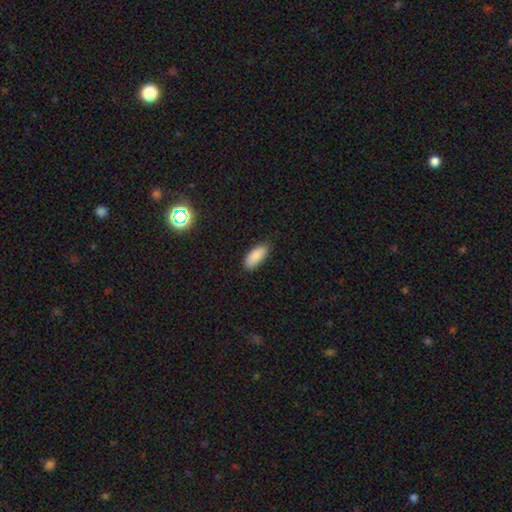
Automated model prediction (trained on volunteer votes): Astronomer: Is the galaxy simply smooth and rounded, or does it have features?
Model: smooth — 87%.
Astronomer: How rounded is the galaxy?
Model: in between — 84%.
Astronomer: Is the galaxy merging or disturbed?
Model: none — 84%.